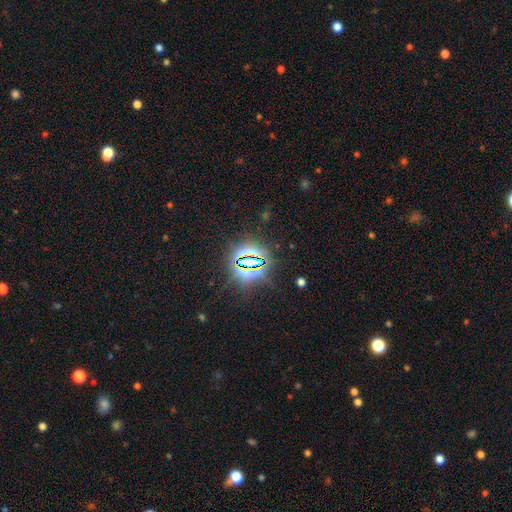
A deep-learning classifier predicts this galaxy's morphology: star or artifact 82%, smooth 10%, featured or disk 7%.